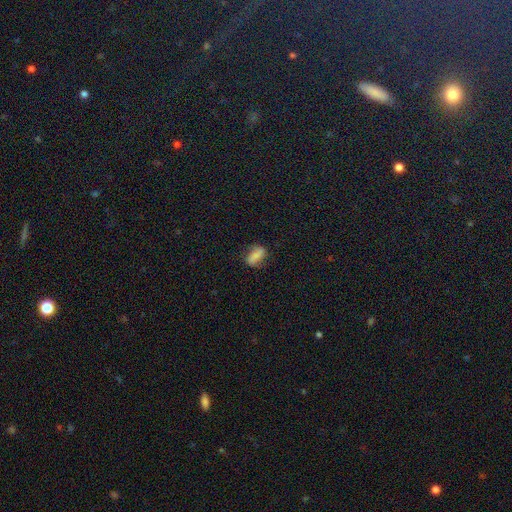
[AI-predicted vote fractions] Morphology: type=smooth (60%); roundness=in between (81%); merging=none (67%).